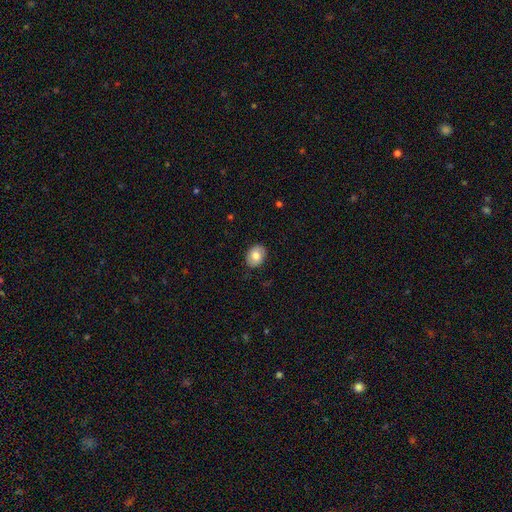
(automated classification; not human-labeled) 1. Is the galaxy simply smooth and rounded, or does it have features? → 78% smooth, 14% featured or disk, 8% star or artifact.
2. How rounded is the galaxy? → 60% in between, 39% round, 1% cigar-shaped.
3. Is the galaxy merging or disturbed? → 86% none, 11% minor disturbance, 2% major disturbance, 1% merger.